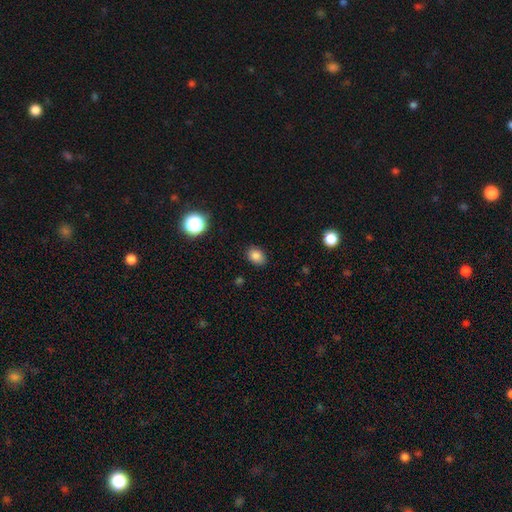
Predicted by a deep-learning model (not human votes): Q: Smooth or featured?
A: smooth (83%); runner-up: star or artifact (12%)
Q: How rounded?
A: in between (68%); runner-up: round (31%)
Q: Merging?
A: none (86%); runner-up: minor disturbance (10%)